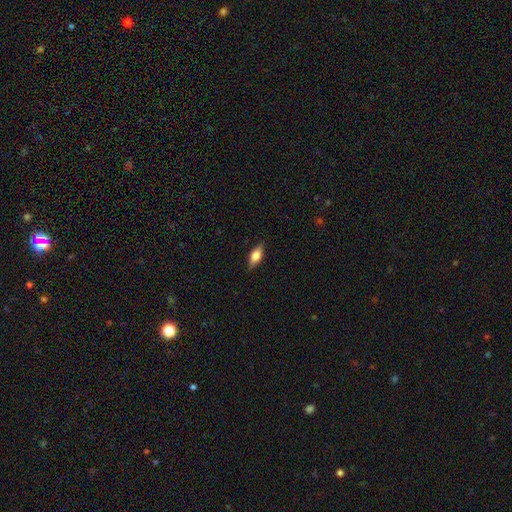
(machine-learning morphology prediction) Smooth or featured?
  - smooth: 70% *
  - featured or disk: 23%
  - star or artifact: 7%
How rounded?
  - in between: 81% *
  - cigar-shaped: 15%
  - round: 4%
Merging?
  - none: 84% *
  - minor disturbance: 13%
  - major disturbance: 3%
  - merger: 1%